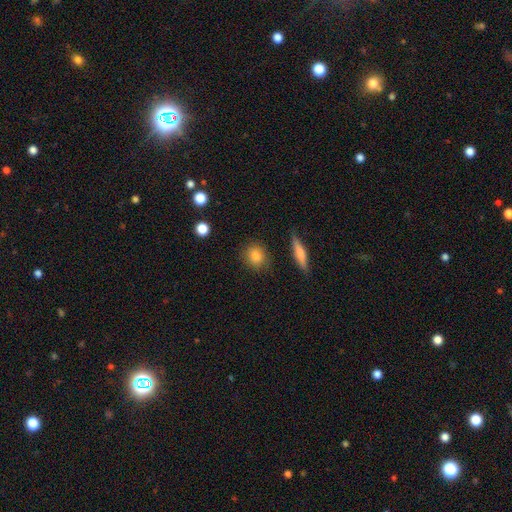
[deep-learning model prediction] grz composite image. It shows a smooth galaxy with no disk features (85%) that is round (74%). Merging: none (86%).